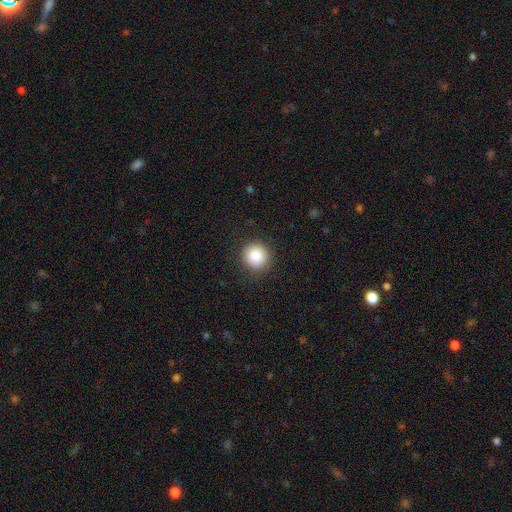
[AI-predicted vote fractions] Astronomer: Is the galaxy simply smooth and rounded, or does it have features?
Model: smooth — 87%.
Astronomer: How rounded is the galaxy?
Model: round — 94%.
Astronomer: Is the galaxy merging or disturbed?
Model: none — 90%.